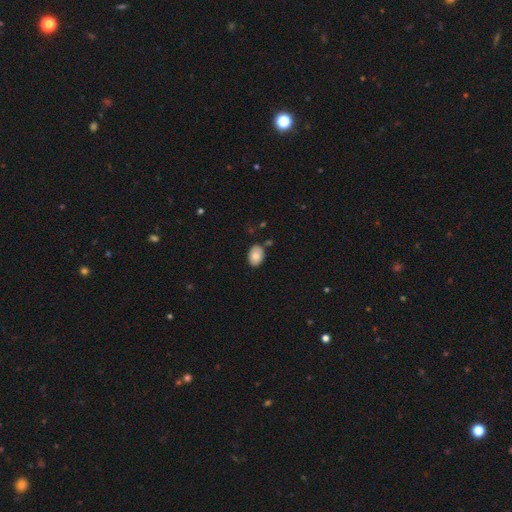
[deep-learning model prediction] A smooth galaxy with no disk features (81%) that is in between round and cigar-shaped (83%). Merging: none (78%).